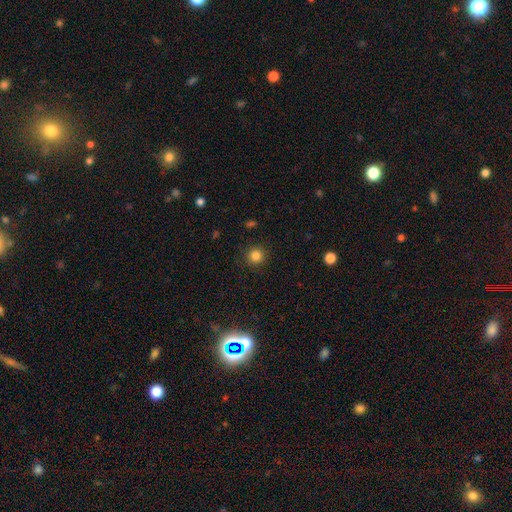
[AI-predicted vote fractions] The model was most divided on "smooth or featured": smooth: 83%, star or artifact: 12%, featured or disk: 4%. More confident: how rounded — round (94%); merging — none (91%).